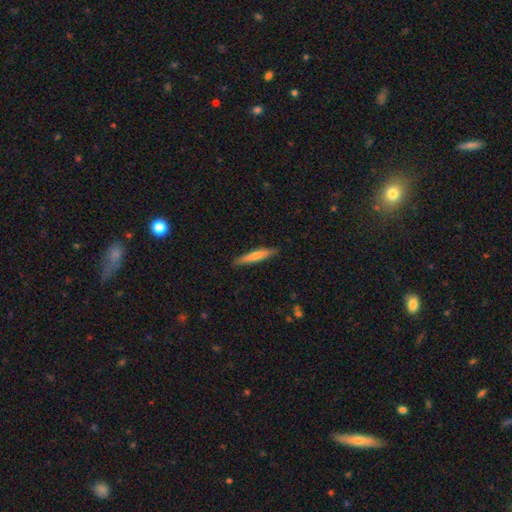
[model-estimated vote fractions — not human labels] A smooth galaxy with no disk features (65%) that is cigar-shaped (92%). Merging: none (89%).